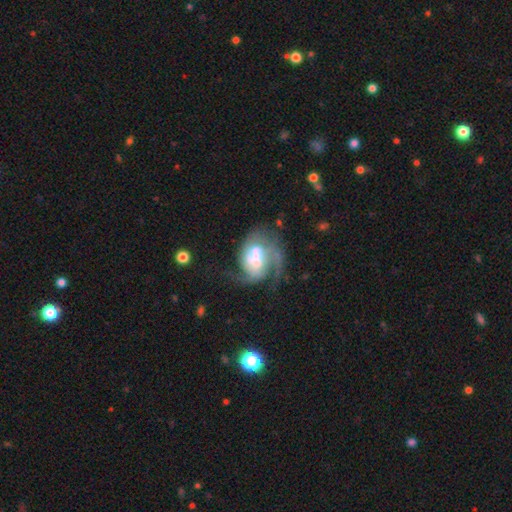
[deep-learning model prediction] The model was most divided on "merging": major disturbance: 35%, none: 33%, minor disturbance: 17%, merger: 15%. Remaining: edge-on disk — no (97%); spiral arms — yes (87%); smooth or featured — featured or disk (75%); spiral arm count — 2 (46%); spiral winding — medium (44%); bar — weak (44%); bulge size — moderate (43%).